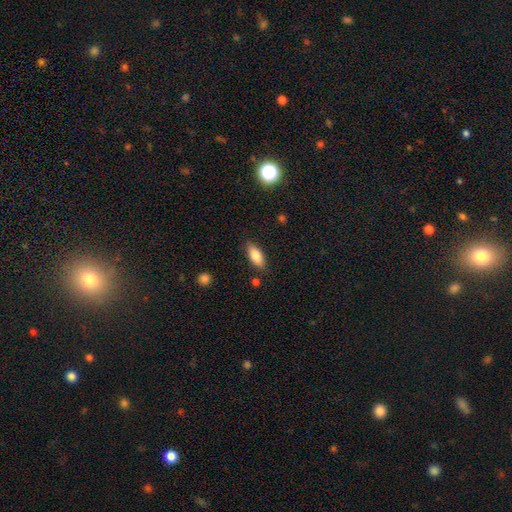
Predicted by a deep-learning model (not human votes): Smooth or featured?
  - smooth: 81% *
  - featured or disk: 12%
  - star or artifact: 7%
How rounded?
  - in between: 80% *
  - cigar-shaped: 17%
  - round: 3%
Merging?
  - none: 83% *
  - minor disturbance: 12%
  - major disturbance: 3%
  - merger: 2%